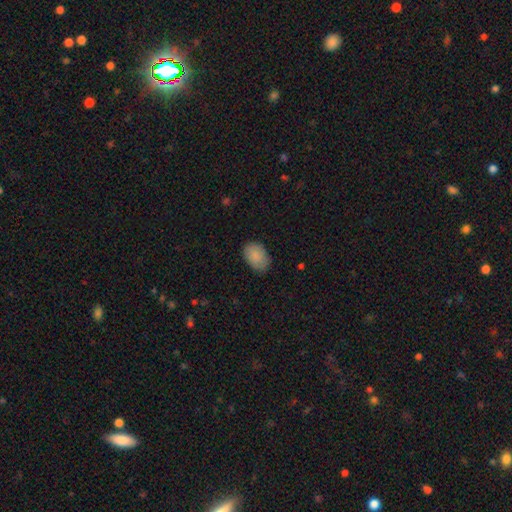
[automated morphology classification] Smooth or featured? smooth (87%)
How rounded? in between (84%)
Merging? none (78%)